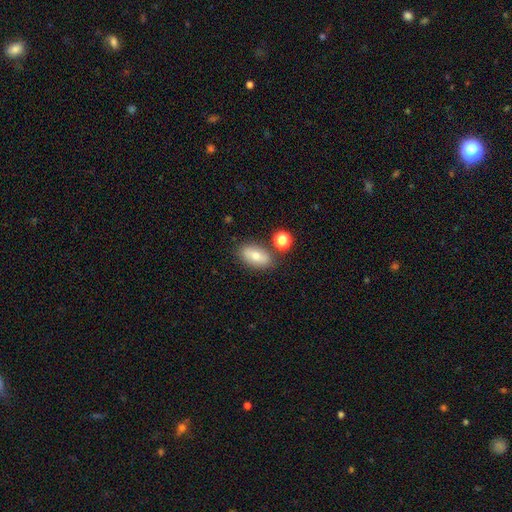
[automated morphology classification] Smooth or featured? smooth (72%)
How rounded? in between (86%)
Merging? none (77%)